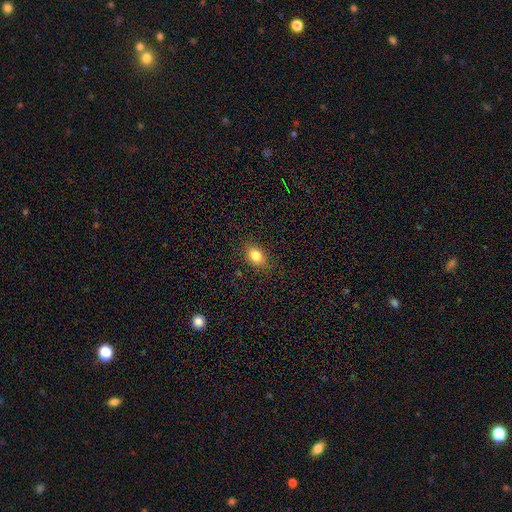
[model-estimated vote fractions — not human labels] This is clearly a smooth galaxy (83%). How rounded: likely in between (68%). Merging: clearly none (86%).